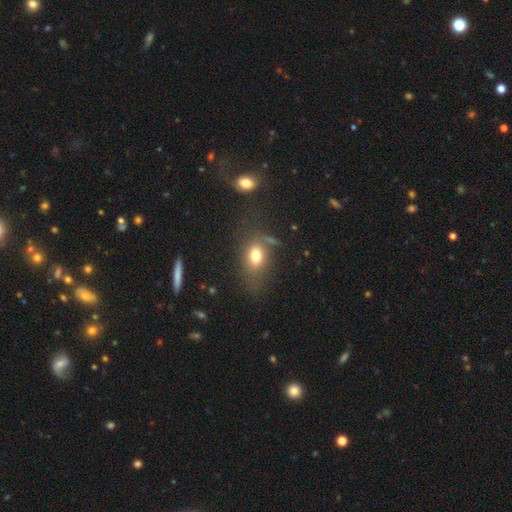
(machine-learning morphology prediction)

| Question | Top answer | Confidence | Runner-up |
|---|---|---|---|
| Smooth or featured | smooth | 74% | featured or disk (14%) |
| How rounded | in between | 67% | round (30%) |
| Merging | none | 54% | minor disturbance (22%) |